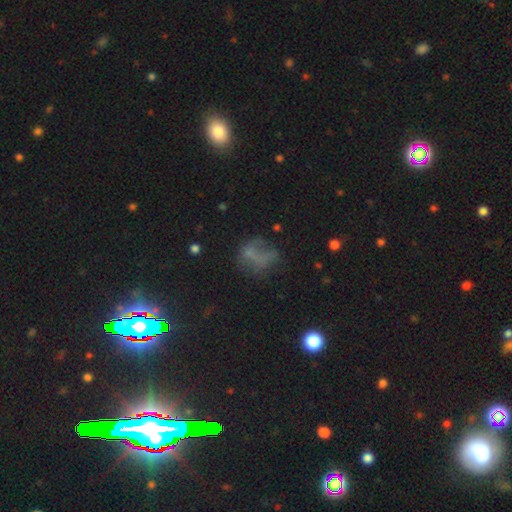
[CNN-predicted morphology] Smooth or featured? Predicted: smooth (p=0.41). Merging? Predicted: none (p=0.43).